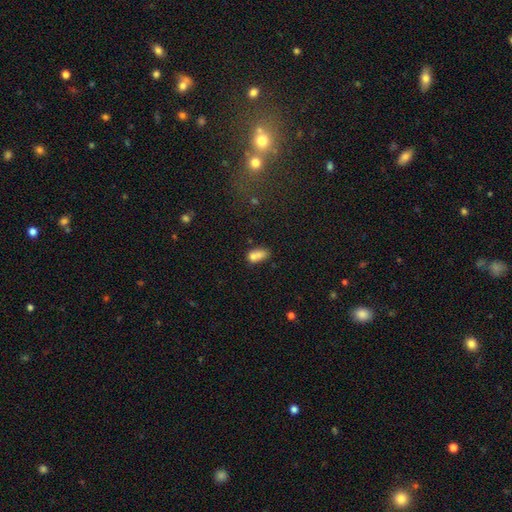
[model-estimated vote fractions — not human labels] Smooth or featured? smooth (72%)
How rounded? in between (76%)
Merging? merger (51%)